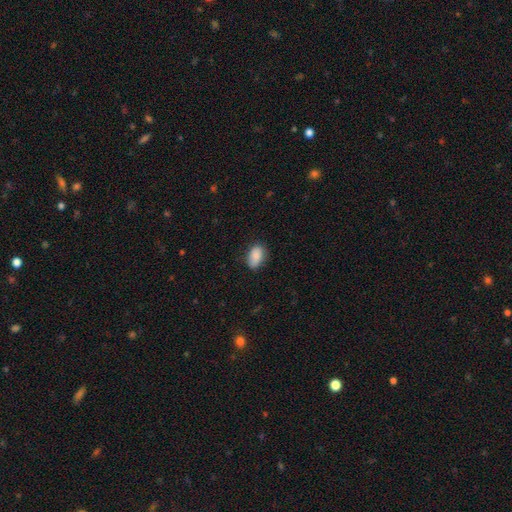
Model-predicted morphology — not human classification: Smooth or featured? Predicted: smooth (p=0.87). How rounded? Predicted: in between (p=0.90). Merging? Predicted: none (p=0.75).